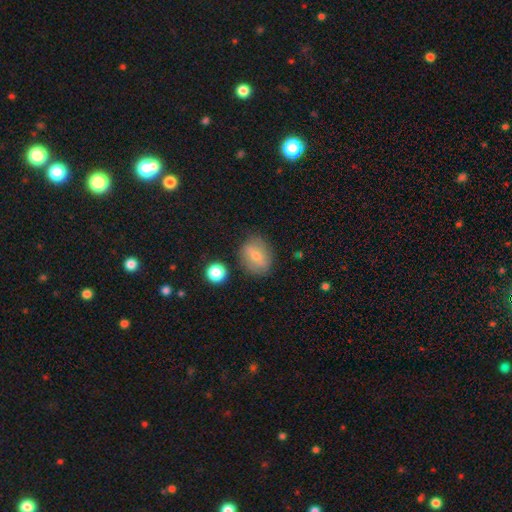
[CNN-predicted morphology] A smooth galaxy with no disk features (60%) that is in between round and cigar-shaped (53%). Merging: none (80%).